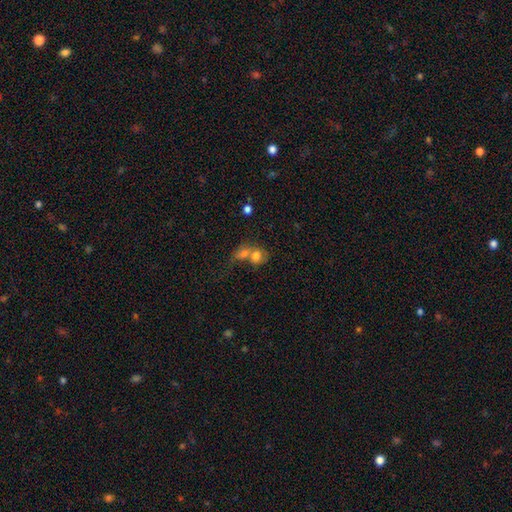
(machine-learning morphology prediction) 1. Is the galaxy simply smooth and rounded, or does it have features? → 72% smooth, 18% featured or disk, 10% star or artifact.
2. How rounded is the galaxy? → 60% round, 39% in between, 1% cigar-shaped.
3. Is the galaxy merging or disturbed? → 69% merger, 19% none, 7% minor disturbance, 6% major disturbance.